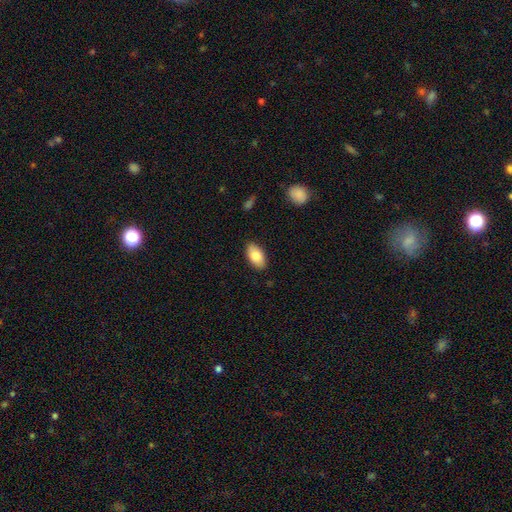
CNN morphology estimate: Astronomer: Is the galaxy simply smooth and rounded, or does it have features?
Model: smooth — 84%.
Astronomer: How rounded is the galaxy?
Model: in between — 94%.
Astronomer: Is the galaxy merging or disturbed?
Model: none — 87%.